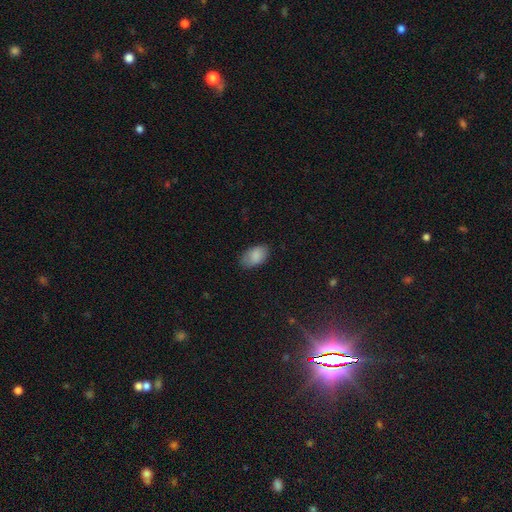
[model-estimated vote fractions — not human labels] Smooth or featured: smooth — 86% (star or artifact — 7%)
How rounded: in between — 92% (round — 6%)
Merging: none — 78% (minor disturbance — 17%)